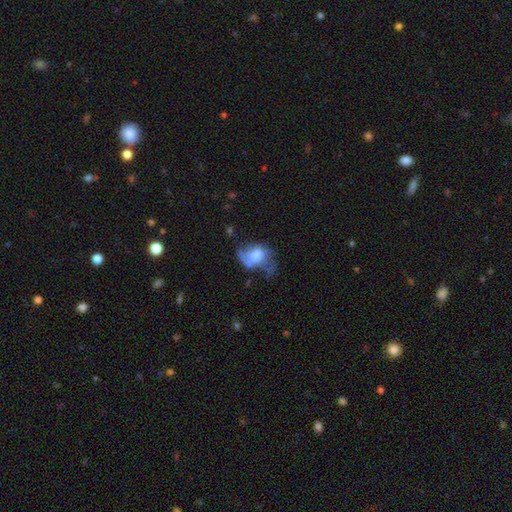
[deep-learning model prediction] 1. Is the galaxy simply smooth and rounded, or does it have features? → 53% featured or disk, 38% smooth, 8% star or artifact.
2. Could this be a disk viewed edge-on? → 97% no, 3% yes.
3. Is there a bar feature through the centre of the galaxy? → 71% no, 24% weak, 4% strong.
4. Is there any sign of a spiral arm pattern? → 69% yes, 31% no.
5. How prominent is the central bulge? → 39% moderate, 30% large, 15% small, 11% none, 4% dominant.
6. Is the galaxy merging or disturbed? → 44% major disturbance, 28% none, 23% minor disturbance, 5% merger.